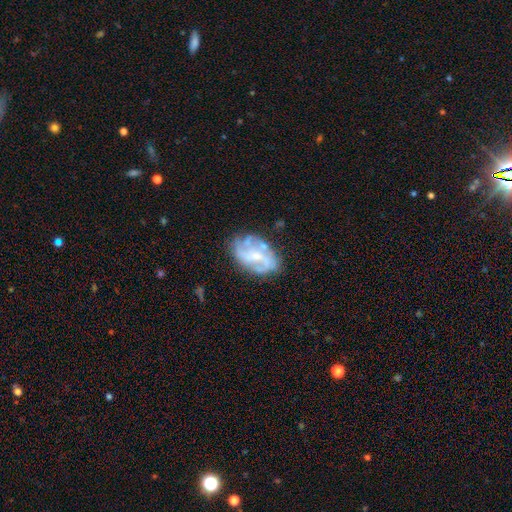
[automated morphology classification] Smooth or featured?
  - featured or disk: 74% *
  - smooth: 19%
  - star or artifact: 7%
Edge-on disk?
  - no: 97% *
  - yes: 3%
Bar?
  - no: 51% *
  - weak: 38%
  - strong: 11%
Spiral arms?
  - yes: 78% *
  - no: 22%
Spiral winding?
  - medium: 41% *
  - loose: 32%
  - tight: 27%
Spiral arm count?
  - can't tell: 33% * (tied)
  - 2: 33% * (tied)
  - 3: 18%
  - 4: 8%
  - 1: 4%
  - more than 4: 4%
Bulge size?
  - small: 52% *
  - moderate: 31%
  - none: 13%
  - large: 3%
  - dominant: 1%
Merging?
  - none: 63% *
  - minor disturbance: 21%
  - major disturbance: 12%
  - merger: 4%